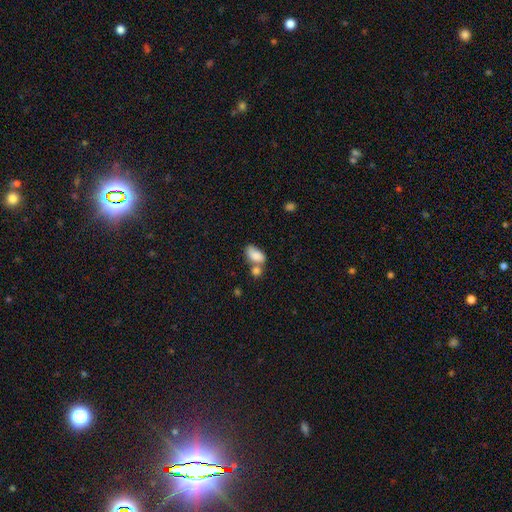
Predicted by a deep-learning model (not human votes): This is clearly a smooth galaxy (82%). How rounded: clearly in between (91%). Merging: possibly merger (48%).